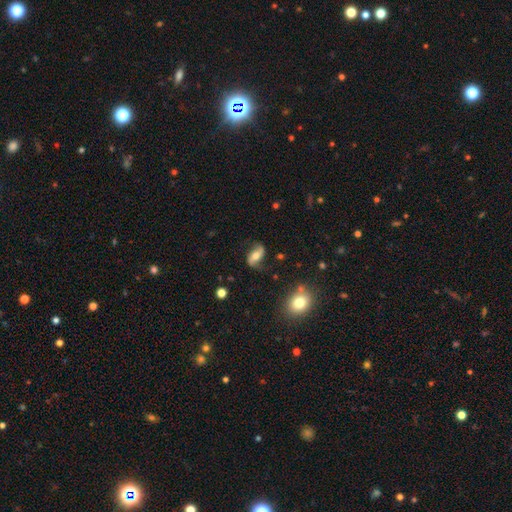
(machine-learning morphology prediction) featured or disk 70%, smooth 22%, star or artifact 8%. Down the decision tree: edge-on disk — no (94%); bar — no (42%); spiral arms — yes (91%); spiral arm count — 2 (92%); spiral winding — loose (73%); bulge size — moderate (62%); merging — none (74%).